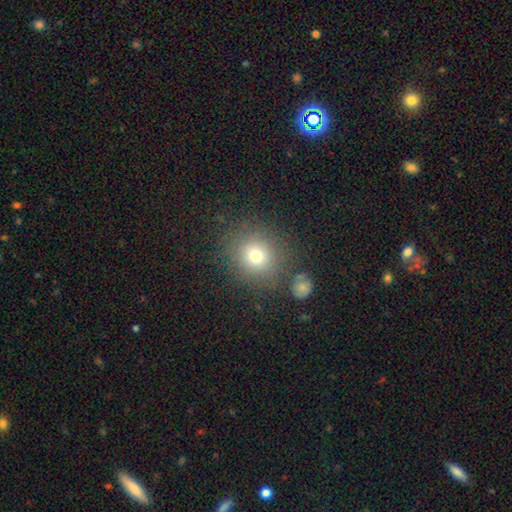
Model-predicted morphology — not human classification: Overall: smooth (73%). How rounded: round (86%). Merging: none (82%).